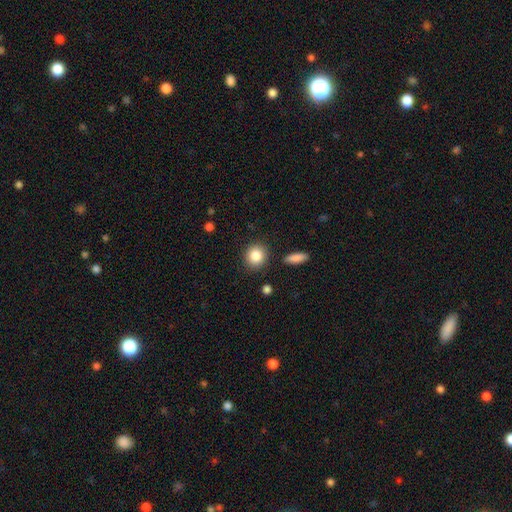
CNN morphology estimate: type=smooth (86%); roundness=round (83%); merging=none (87%).